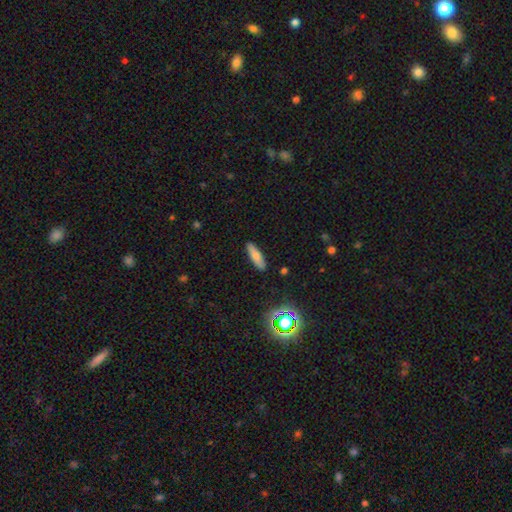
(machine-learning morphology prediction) smooth-or-featured: smooth: 74% | featured or disk: 17% | star or artifact: 9%
  how-rounded: cigar-shaped: 61% | in between: 37% | round: 2%
  merging: none: 89% | minor disturbance: 8% | major disturbance: 2% | merger: 1%